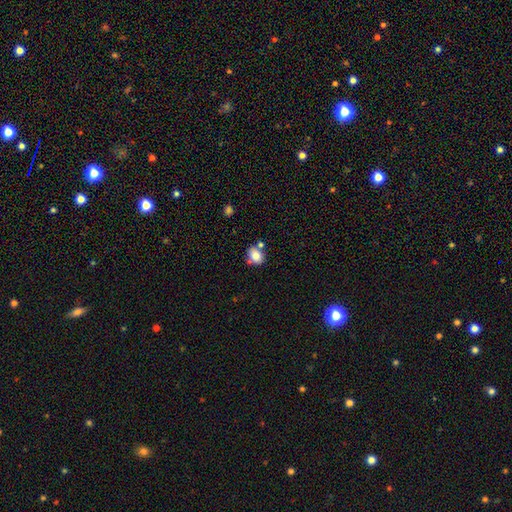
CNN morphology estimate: Smooth or featured?
  - smooth: 81% *
  - featured or disk: 10%
  - star or artifact: 9%
How rounded?
  - in between: 53% *
  - round: 46%
  - cigar-shaped: 1%
Merging?
  - none: 59% *
  - merger: 19%
  - minor disturbance: 17%
  - major disturbance: 5%